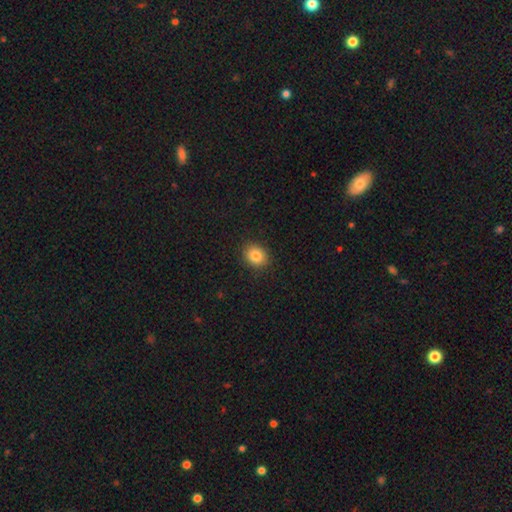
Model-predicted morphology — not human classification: Q: Smooth or featured?
A: smooth (84%); runner-up: star or artifact (10%)
Q: How rounded?
A: round (62%); runner-up: in between (37%)
Q: Merging?
A: none (90%); runner-up: minor disturbance (7%)